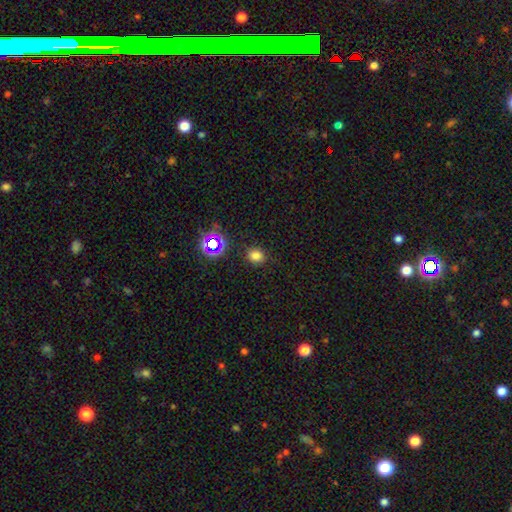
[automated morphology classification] smooth-or-featured: smooth: 72% | star or artifact: 21% | featured or disk: 6%
  how-rounded: round: 72% | in between: 27% | cigar-shaped: 1%
  merging: none: 85% | minor disturbance: 10% | major disturbance: 3% | merger: 2%